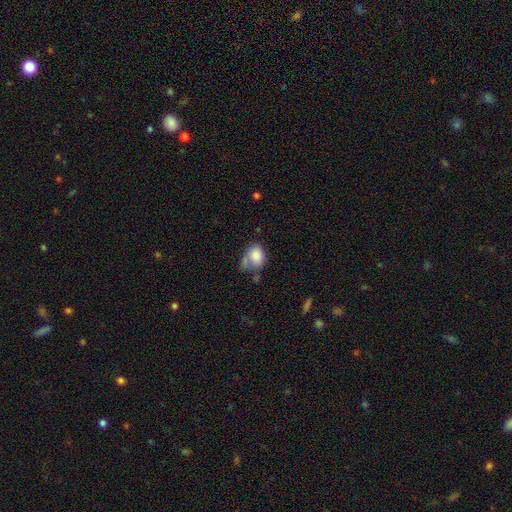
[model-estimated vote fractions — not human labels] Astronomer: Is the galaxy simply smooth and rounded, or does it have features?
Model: smooth — 80%.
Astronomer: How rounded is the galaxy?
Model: in between — 57% (runner-up: round, 42%).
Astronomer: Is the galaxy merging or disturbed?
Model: none — 34% (runner-up: minor disturbance, 26%).